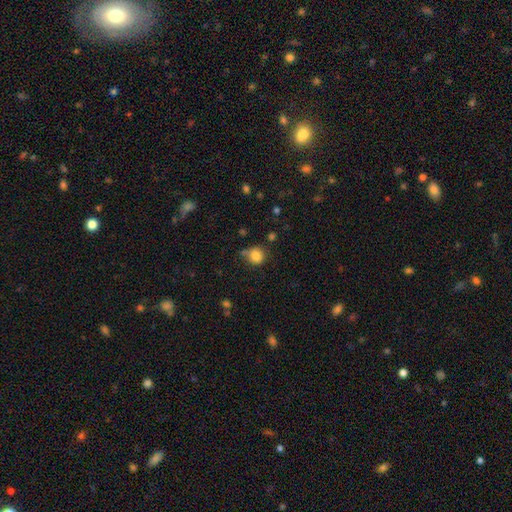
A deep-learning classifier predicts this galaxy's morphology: This is clearly a smooth galaxy (83%). How rounded: clearly round (85%). Merging: likely none (62%).